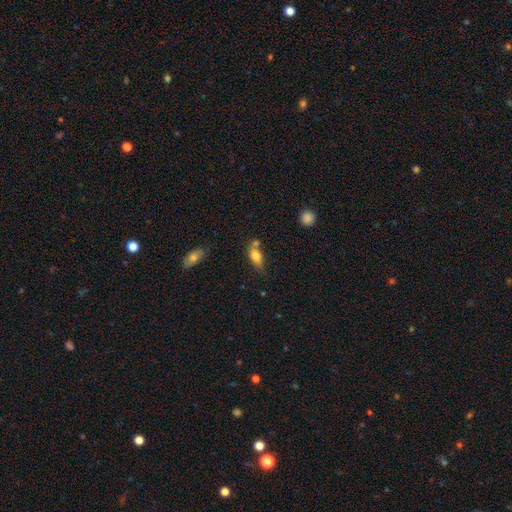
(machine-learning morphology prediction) Smooth or featured: smooth — 78% (featured or disk — 13%)
How rounded: in between — 83% (cigar-shaped — 10%)
Merging: none — 49% (merger — 26%)